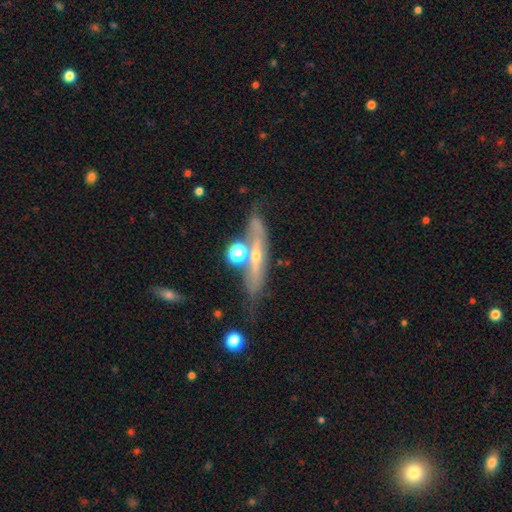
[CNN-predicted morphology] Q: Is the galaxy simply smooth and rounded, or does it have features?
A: featured or disk — 60%.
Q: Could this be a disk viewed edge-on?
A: yes — 78%.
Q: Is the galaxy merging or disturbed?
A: none — 61%.